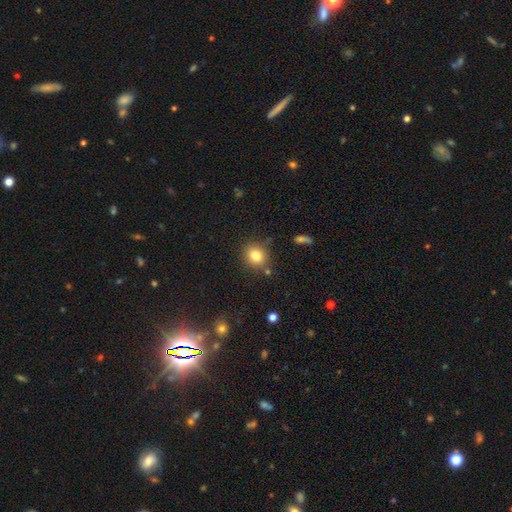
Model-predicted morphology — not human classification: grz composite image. It shows a smooth galaxy with no disk features (81%) that is round (78%). Merging: none (82%).